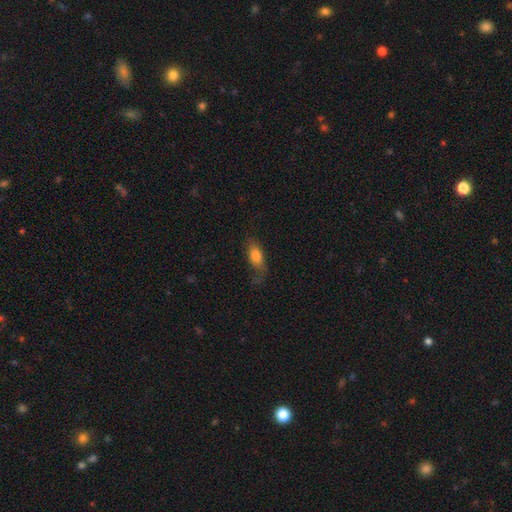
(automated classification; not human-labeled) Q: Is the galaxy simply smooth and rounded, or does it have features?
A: smooth — 76%.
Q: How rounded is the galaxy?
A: in between — 81%.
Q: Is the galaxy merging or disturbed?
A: none — 52%.